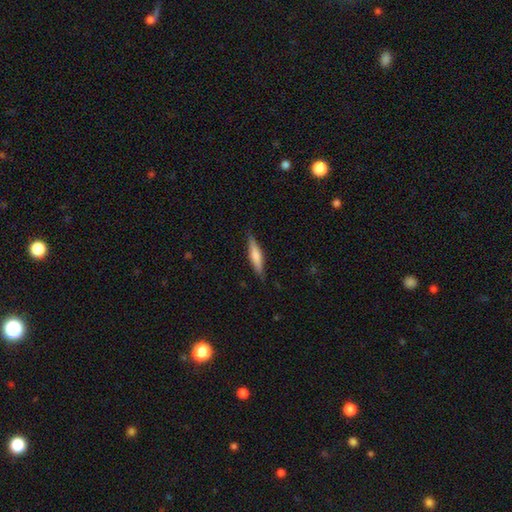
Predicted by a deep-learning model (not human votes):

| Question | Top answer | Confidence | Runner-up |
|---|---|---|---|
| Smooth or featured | smooth | 55% | featured or disk (39%) |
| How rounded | cigar-shaped | 83% | in between (15%) |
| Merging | none | 87% | minor disturbance (10%) |